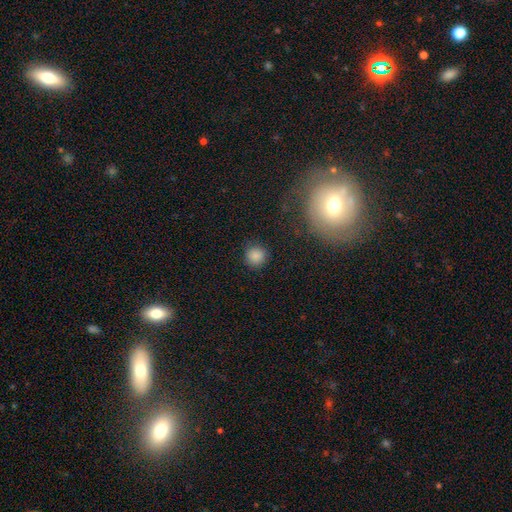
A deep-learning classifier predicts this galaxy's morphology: smooth 84%, star or artifact 12%, featured or disk 4%. Down the decision tree: how rounded — round (92%); merging — none (87%).